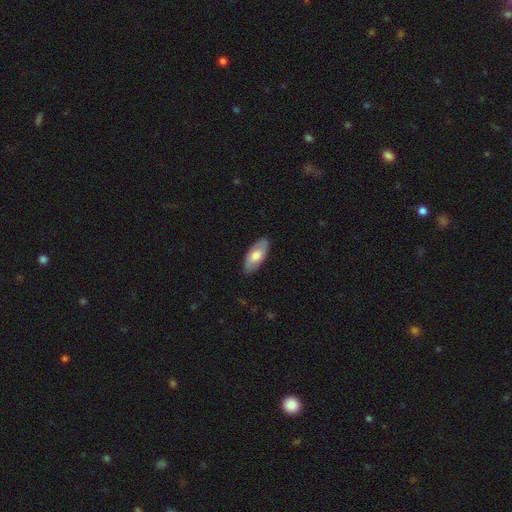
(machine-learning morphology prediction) Overall: smooth (68%). How rounded: in between (89%). Merging: none (86%).